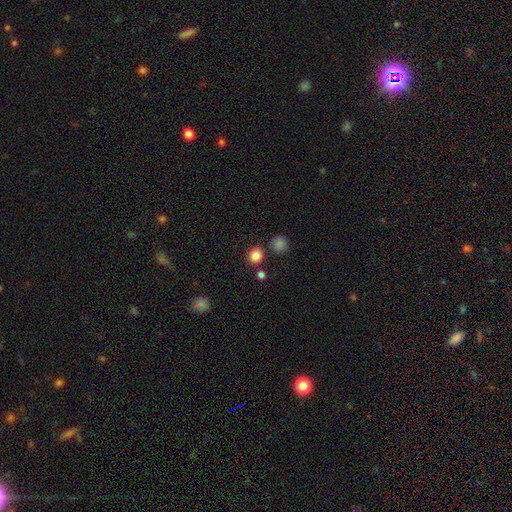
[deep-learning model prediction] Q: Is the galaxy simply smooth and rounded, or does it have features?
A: smooth — 84%.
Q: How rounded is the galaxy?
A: round — 81%.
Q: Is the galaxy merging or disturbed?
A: none — 80%.